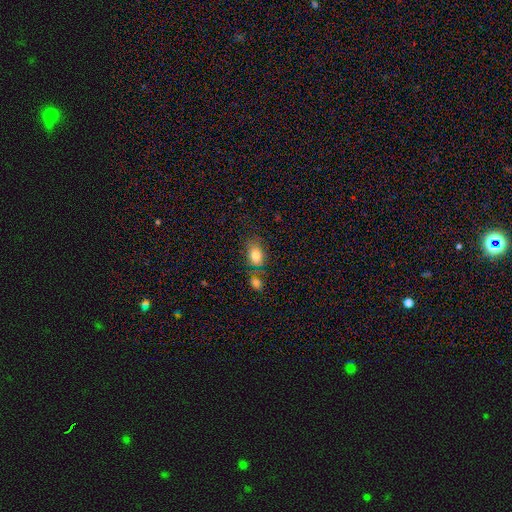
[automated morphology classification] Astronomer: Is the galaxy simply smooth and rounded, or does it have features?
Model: smooth — 81%.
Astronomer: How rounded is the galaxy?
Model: in between — 82%.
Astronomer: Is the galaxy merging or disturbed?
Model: none — 62%.